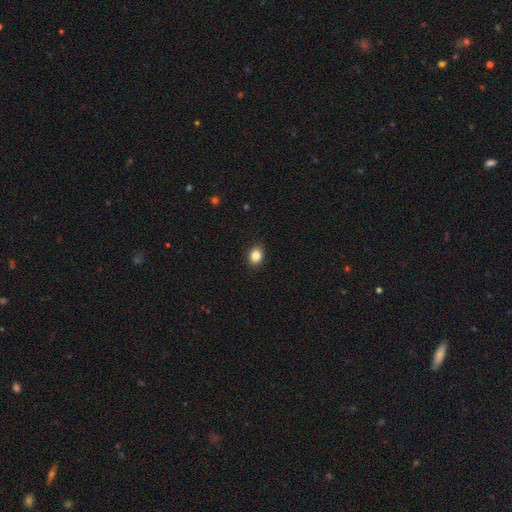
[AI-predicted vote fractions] This is clearly a smooth galaxy (86%). How rounded: possibly in between (54%). Merging: clearly none (89%).